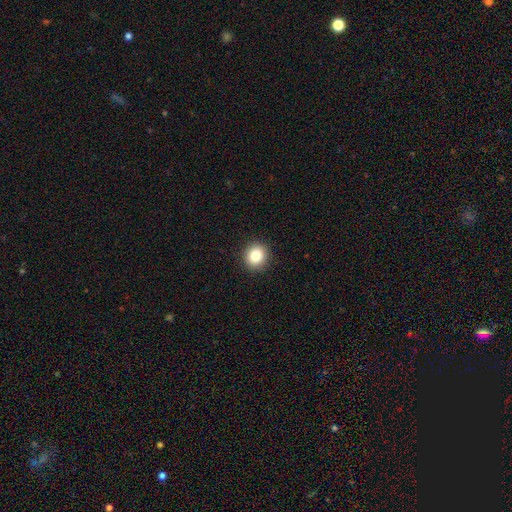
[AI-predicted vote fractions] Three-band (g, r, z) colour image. It shows a smooth galaxy with no disk features (83%) that is round (87%). Merging: none (92%).